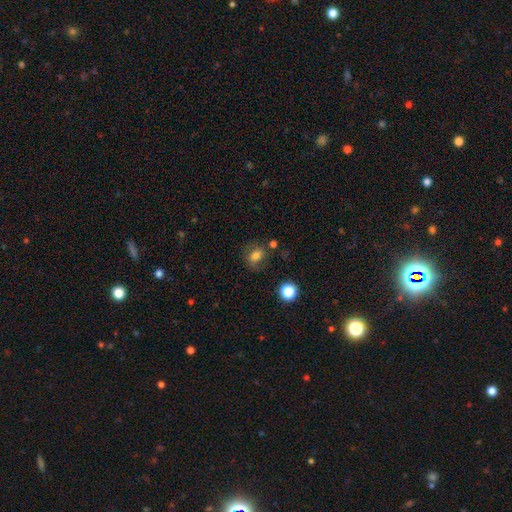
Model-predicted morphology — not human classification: This appears to be a smooth galaxy with no disk features (75%) that is round (52%). Merging: none (70%).